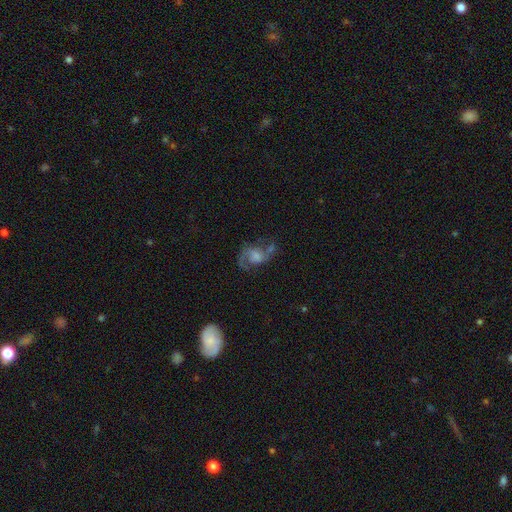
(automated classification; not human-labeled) A featured or disk galaxy (76%) with no bar (57%), 2 (86%) medium (46%) spiral arms (92%) and a moderate central bulge (36%). Merging: none (53%).